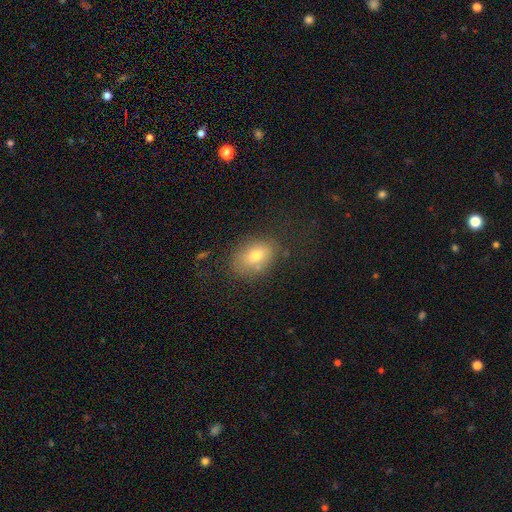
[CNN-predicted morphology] Overall: smooth (74%). How rounded: in between (78%). Merging: none (71%).